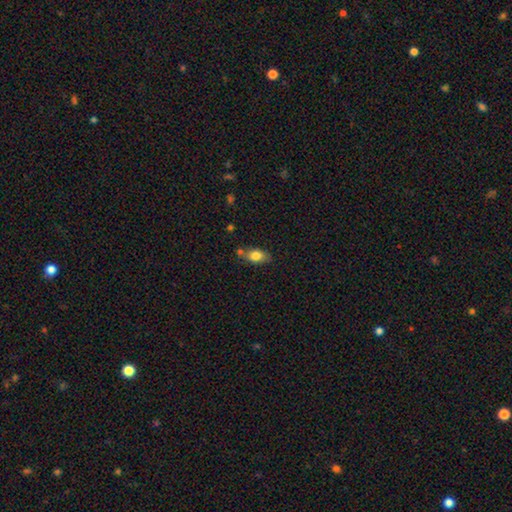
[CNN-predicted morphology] type=smooth (79%); roundness=in between (83%); merging=none (64%).